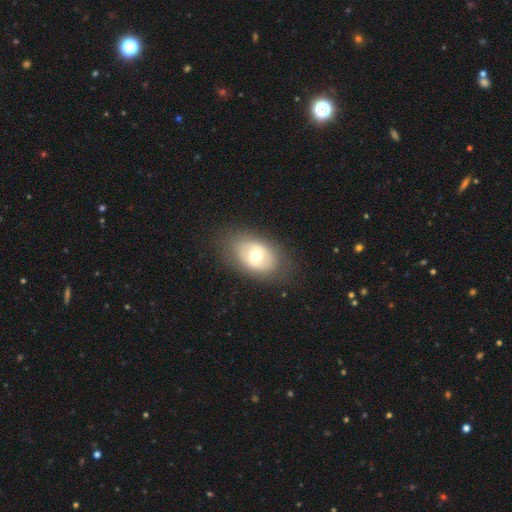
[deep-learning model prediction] smooth_or_featured: smooth (p=0.57) [alt: featured or disk p=0.35]
how_rounded: in between (p=0.84) [alt: round p=0.15]
merging: none (p=0.80) [alt: minor disturbance p=0.14]